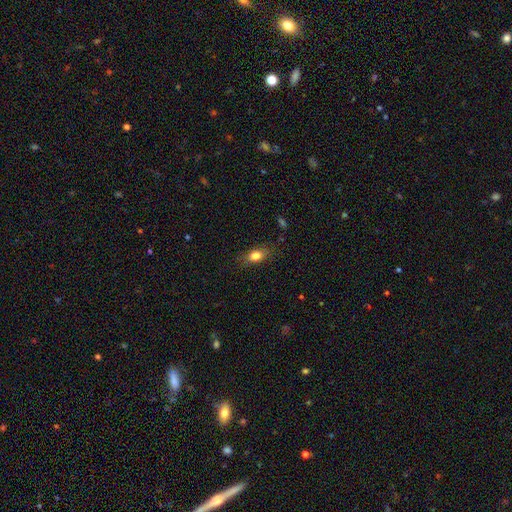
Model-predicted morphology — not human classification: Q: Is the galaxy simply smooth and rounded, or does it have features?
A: smooth — 80%.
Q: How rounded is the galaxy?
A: in between — 77%.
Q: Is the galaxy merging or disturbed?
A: none — 80%.